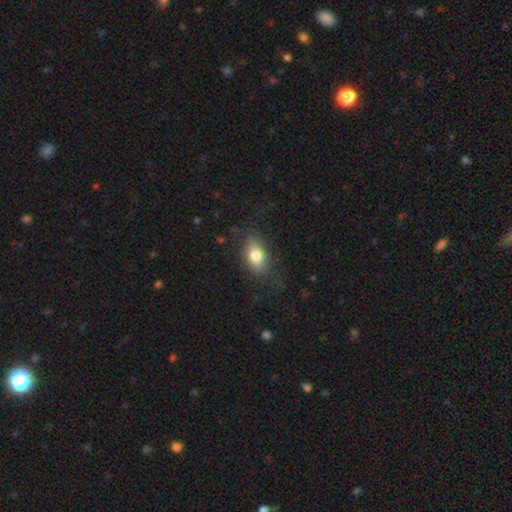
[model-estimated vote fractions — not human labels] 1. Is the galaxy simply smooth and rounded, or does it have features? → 79% smooth, 12% featured or disk, 9% star or artifact.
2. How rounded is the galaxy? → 83% in between, 15% round, 2% cigar-shaped.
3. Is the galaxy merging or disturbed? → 76% none, 17% minor disturbance, 7% major disturbance, 1% merger.